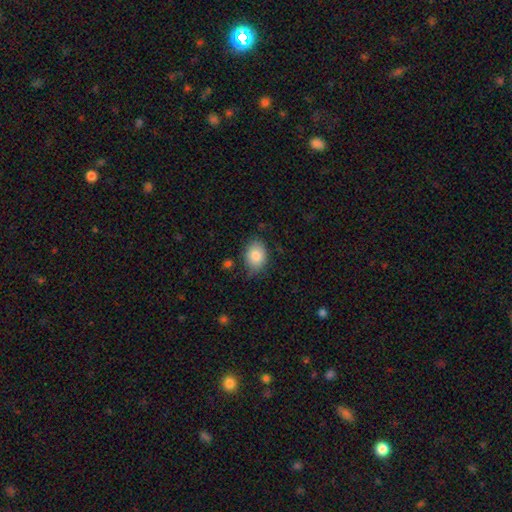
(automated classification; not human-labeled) smooth 84%, featured or disk 8%, star or artifact 8%. Down the decision tree: how rounded — in between (69%); merging — none (74%).